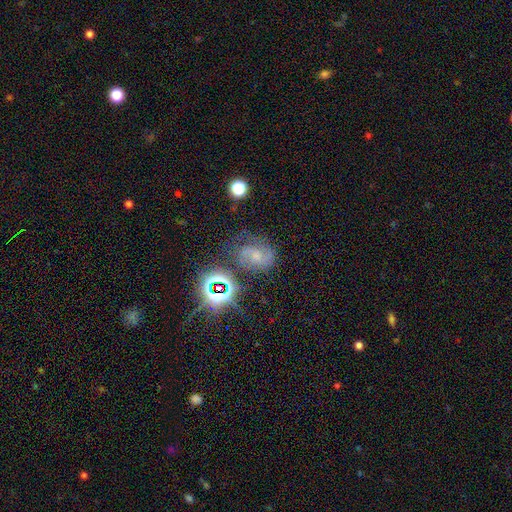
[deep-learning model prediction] Smooth or featured? featured or disk (64%)
Edge-on disk? no (97%)
Bar? no (54%)
Spiral arms? yes (92%)
Spiral winding? medium (52%)
Spiral arm count? 2 (76%)
Bulge size? small (53%)
Merging? none (59%)